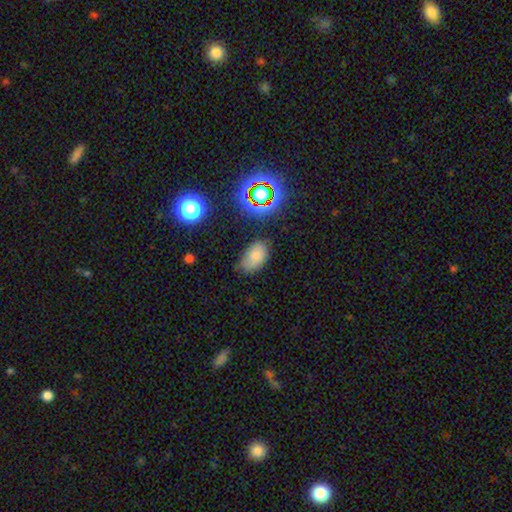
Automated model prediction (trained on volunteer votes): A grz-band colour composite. It shows a smooth galaxy with no disk features (73%) that is in between round and cigar-shaped (90%). Merging: none (65%).